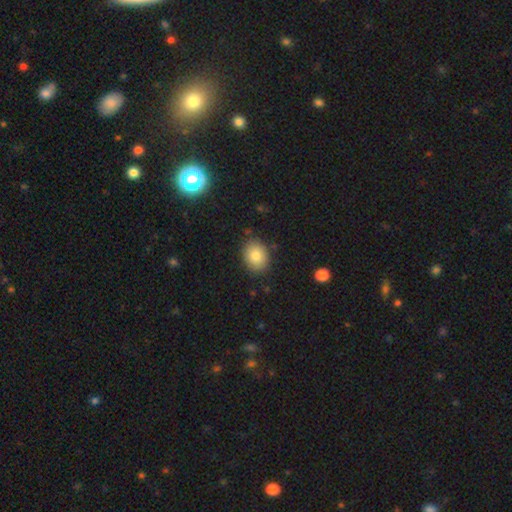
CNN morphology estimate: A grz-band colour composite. It shows a smooth galaxy with no disk features (83%) that is in between round and cigar-shaped (60%). Merging: none (85%).